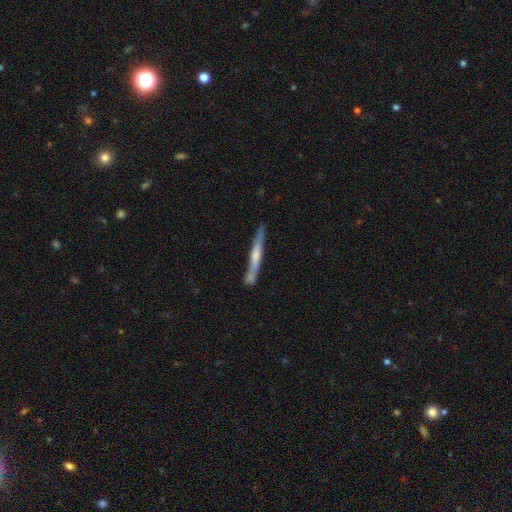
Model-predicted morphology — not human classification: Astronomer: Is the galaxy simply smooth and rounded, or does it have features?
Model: featured or disk — 48% (runner-up: smooth, 46%).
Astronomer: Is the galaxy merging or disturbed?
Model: none — 69%.